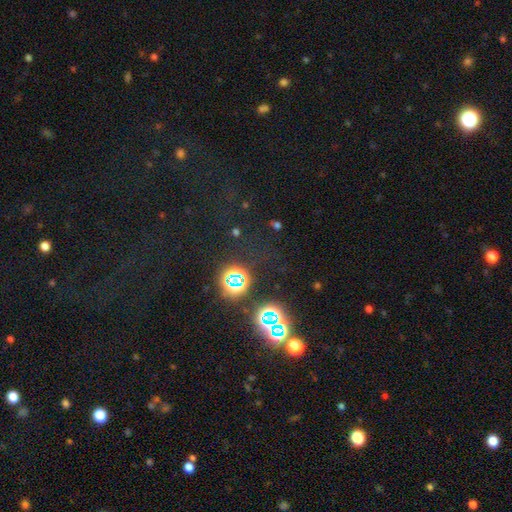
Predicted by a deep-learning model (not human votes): This is likely a star or artifact rather than a galaxy (63%).